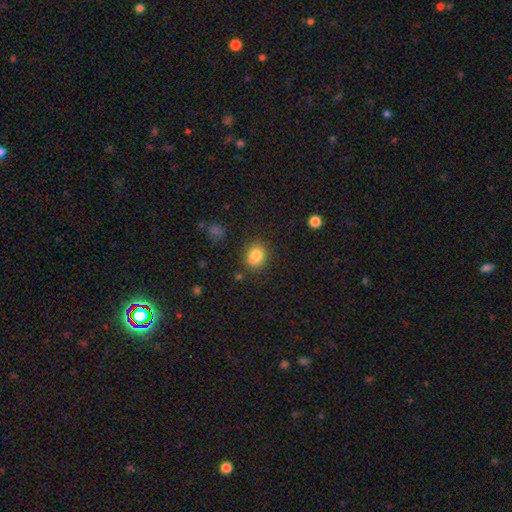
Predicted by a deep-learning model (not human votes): Morphology: type=smooth (79%); roundness=round (55%); merging=none (65%).